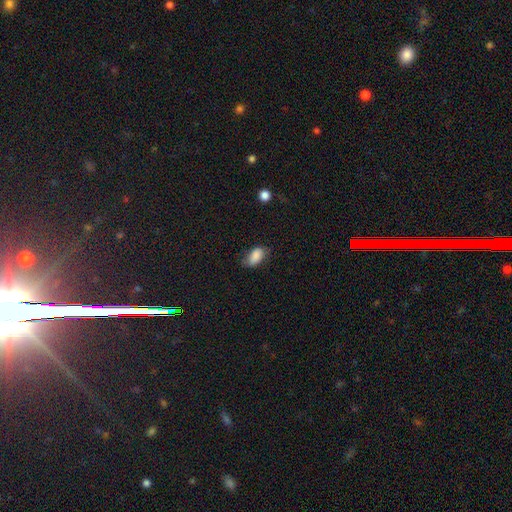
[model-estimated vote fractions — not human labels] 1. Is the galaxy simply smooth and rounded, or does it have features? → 85% smooth, 8% star or artifact, 7% featured or disk.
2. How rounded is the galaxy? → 92% in between, 6% round, 3% cigar-shaped.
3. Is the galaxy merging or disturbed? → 63% none, 29% minor disturbance, 7% major disturbance, 2% merger.